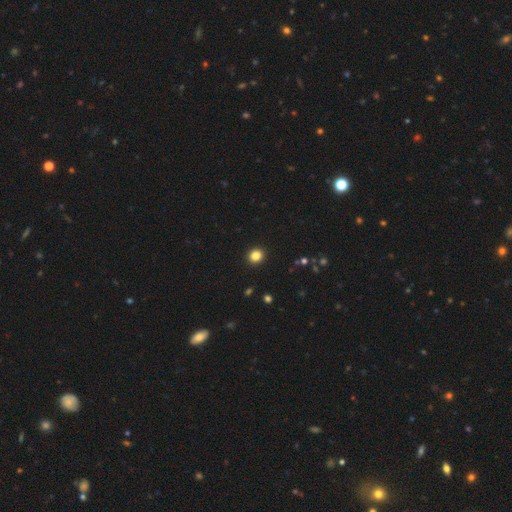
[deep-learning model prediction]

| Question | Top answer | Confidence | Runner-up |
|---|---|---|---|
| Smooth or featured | smooth | 84% | star or artifact (11%) |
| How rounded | round | 82% | in between (17%) |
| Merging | none | 93% | minor disturbance (5%) |